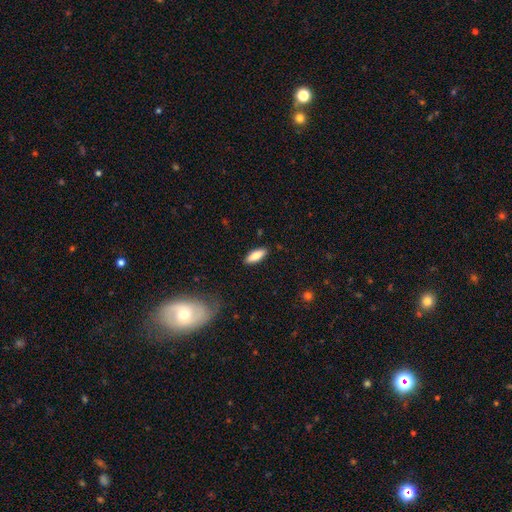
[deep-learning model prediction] Smooth or featured? smooth (83%)
How rounded? in between (66%)
Merging? none (88%)